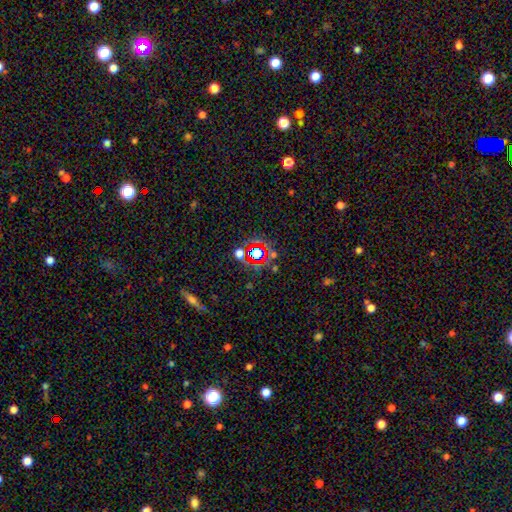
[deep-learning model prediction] This appears to be a star or artifact, not a galaxy (60%).